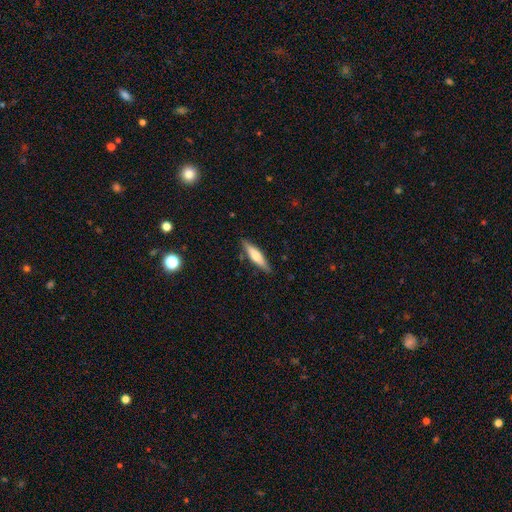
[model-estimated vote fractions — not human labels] Overall: smooth (53%; featured or disk 41%). How rounded: cigar-shaped (76%). Merging: none (86%).